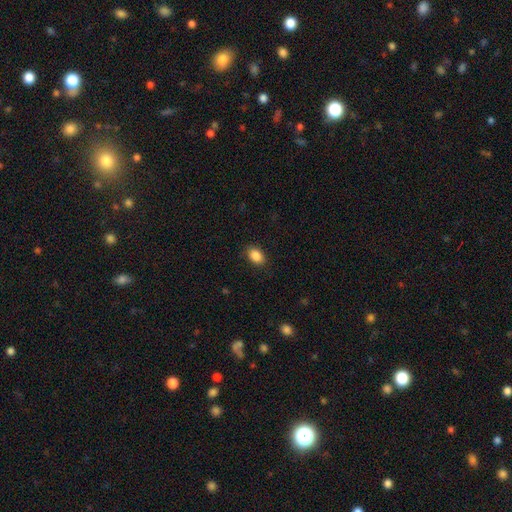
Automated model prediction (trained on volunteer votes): Smooth or featured?
  - smooth: 88% *
  - star or artifact: 8%
  - featured or disk: 4%
How rounded?
  - in between: 83% *
  - round: 16%
  - cigar-shaped: 1%
Merging?
  - none: 87% *
  - minor disturbance: 9%
  - major disturbance: 2%
  - merger: 1%